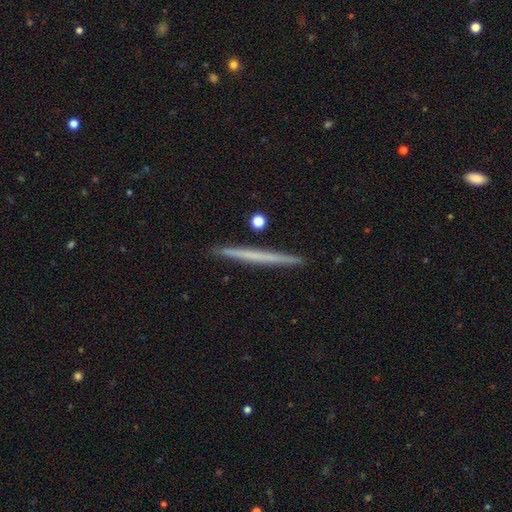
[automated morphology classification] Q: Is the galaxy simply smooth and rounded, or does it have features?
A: smooth — 48%.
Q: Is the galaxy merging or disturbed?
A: none — 92%.